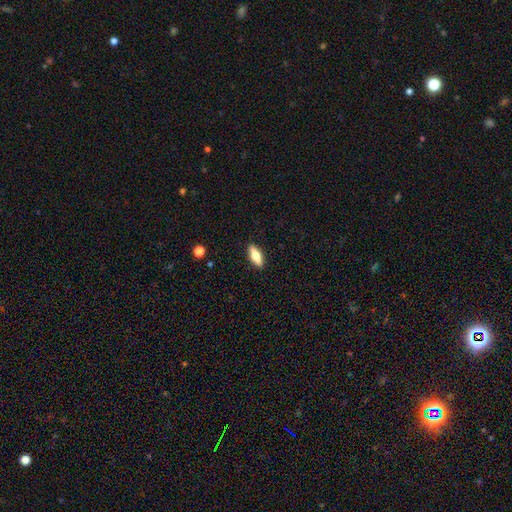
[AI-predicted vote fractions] The model was most divided on "how rounded": in between: 61%, cigar-shaped: 36%, round: 3%. More confident: merging — none (90%); smooth or featured — smooth (62%).